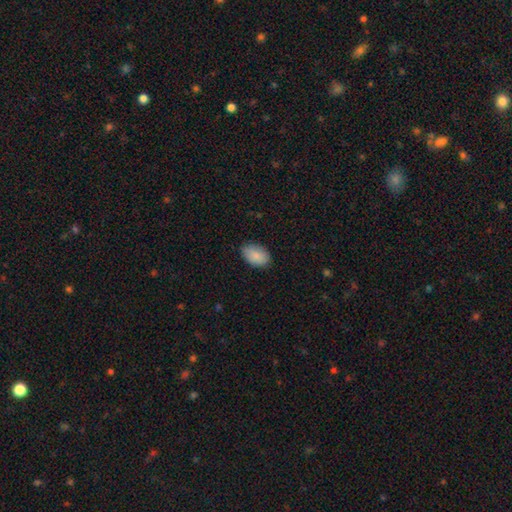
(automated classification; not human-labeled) A smooth galaxy with no disk features (88%) that is in between round and cigar-shaped (90%).

Vote fractions:
- Smooth or featured? smooth: 88% / star or artifact: 7% / featured or disk: 5%
- How rounded? in between: 90% / round: 9% / cigar-shaped: 1%
- Merging? none: 82% / minor disturbance: 14% / major disturbance: 3% / merger: 1%